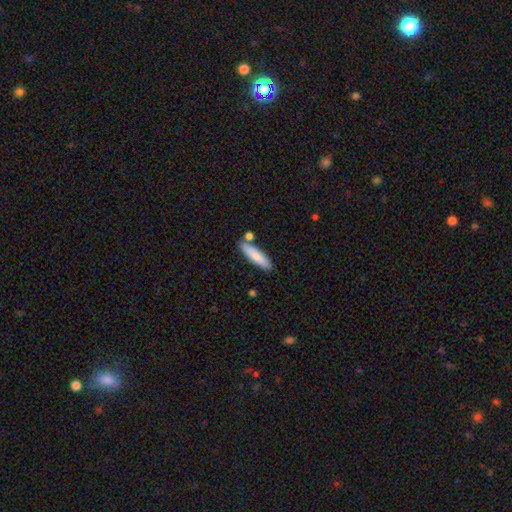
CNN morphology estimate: Smooth or featured: smooth — 82% (featured or disk — 12%)
How rounded: cigar-shaped — 70% (in between — 28%)
Merging: none — 75% (minor disturbance — 13%)